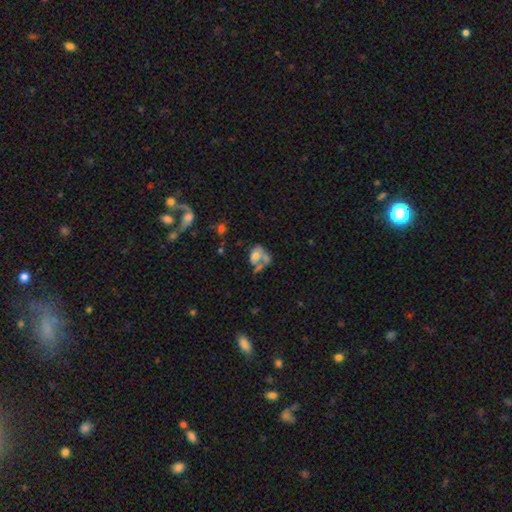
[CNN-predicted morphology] A smooth galaxy with no disk features (55%) that is in between round and cigar-shaped (74%). Merging: merger (50%).